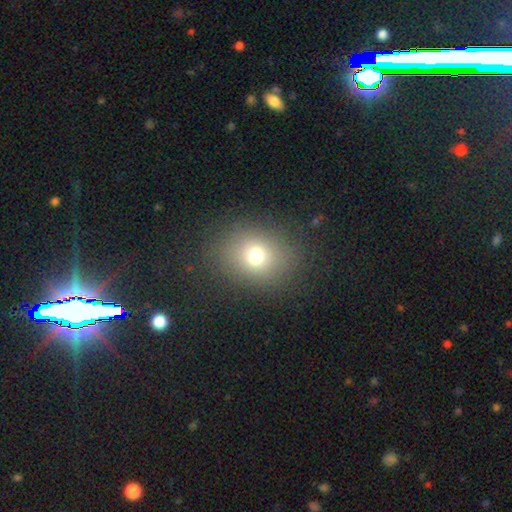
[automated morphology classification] A smooth galaxy with no disk features (71%) that is round (66%). Merging: none (85%).